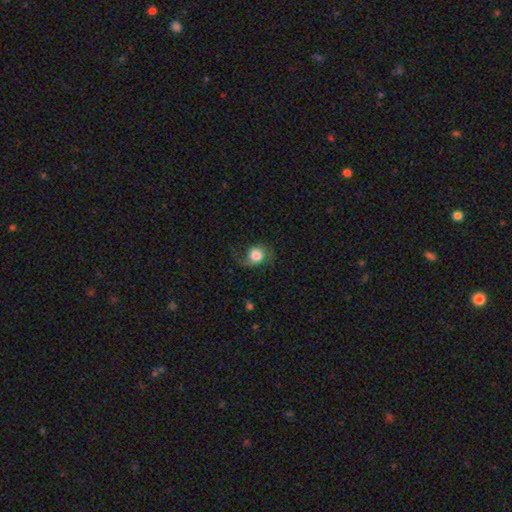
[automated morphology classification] smooth-or-featured: smooth: 63% | featured or disk: 28% | star or artifact: 9%
  how-rounded: round: 74% | in between: 25% | cigar-shaped: 1%
  merging: none: 48% | minor disturbance: 26% | major disturbance: 25% | merger: 2%